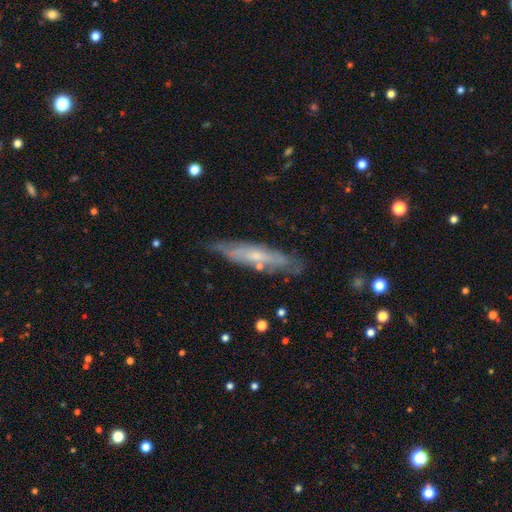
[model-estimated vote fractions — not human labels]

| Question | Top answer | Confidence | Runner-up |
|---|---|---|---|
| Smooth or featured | featured or disk | 58% | smooth (36%) |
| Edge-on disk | yes | 62% | no (38%) |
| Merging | none | 72% | minor disturbance (20%) |